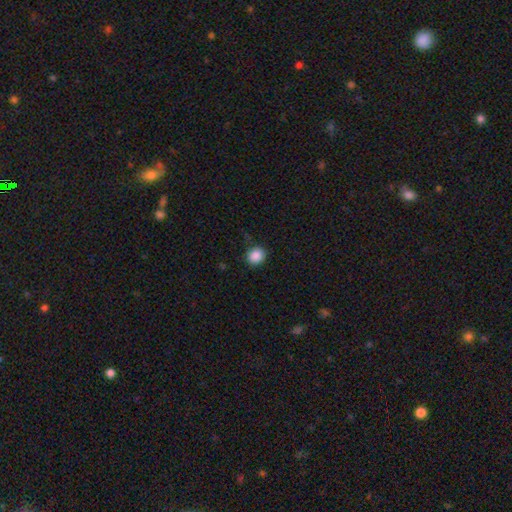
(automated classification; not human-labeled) A smooth galaxy with no disk features (88%) that is round (77%). Merging: none (82%).